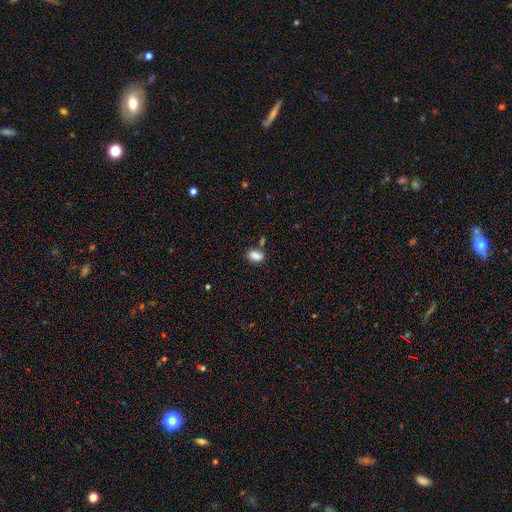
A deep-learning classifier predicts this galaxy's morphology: smooth 85%, star or artifact 10%, featured or disk 5%. Down the decision tree: how rounded — in between (83%); merging — none (67%).